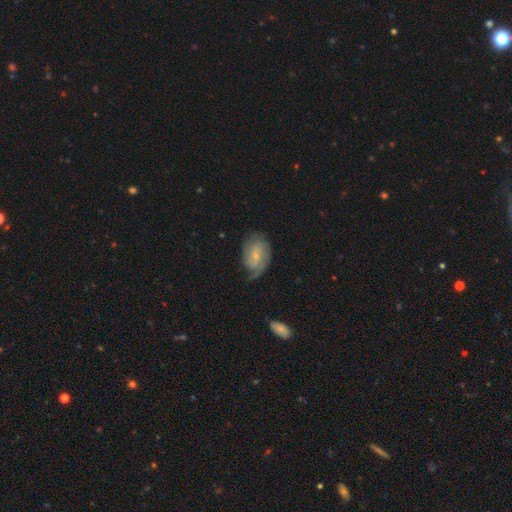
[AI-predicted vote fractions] Morphology: type=featured or disk (73%); edge-on=no (97%); bar=weak (51%); spiral arms=yes (92%); winding=tight (45%); arm count=2 (48%); bulge=small (64%); merging=none (59%).